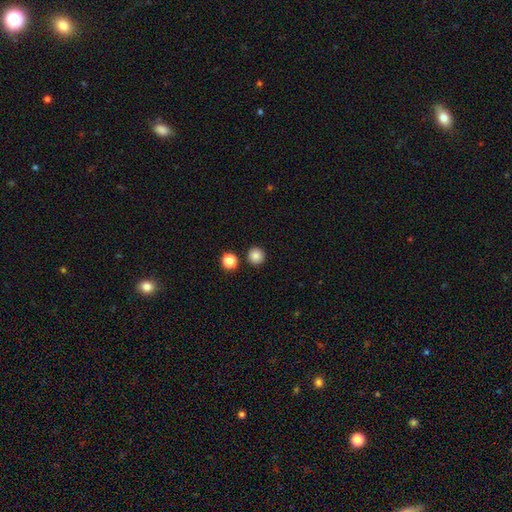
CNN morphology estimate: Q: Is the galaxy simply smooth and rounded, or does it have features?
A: smooth — 86%.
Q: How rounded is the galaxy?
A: round — 96%.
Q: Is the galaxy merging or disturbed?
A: none — 90%.